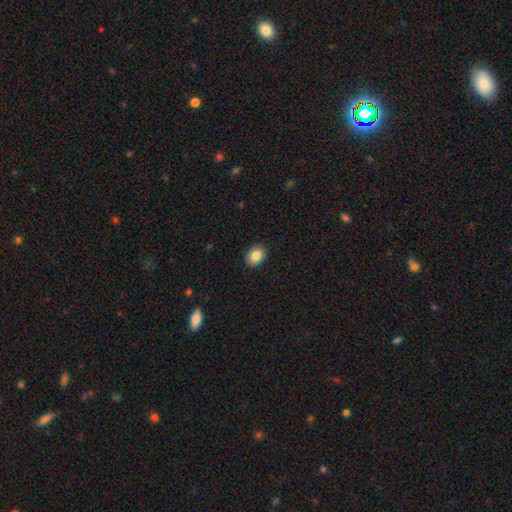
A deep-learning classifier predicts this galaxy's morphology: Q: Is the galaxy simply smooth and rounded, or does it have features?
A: smooth — 86%.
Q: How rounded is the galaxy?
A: in between — 57%.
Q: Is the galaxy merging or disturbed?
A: none — 91%.